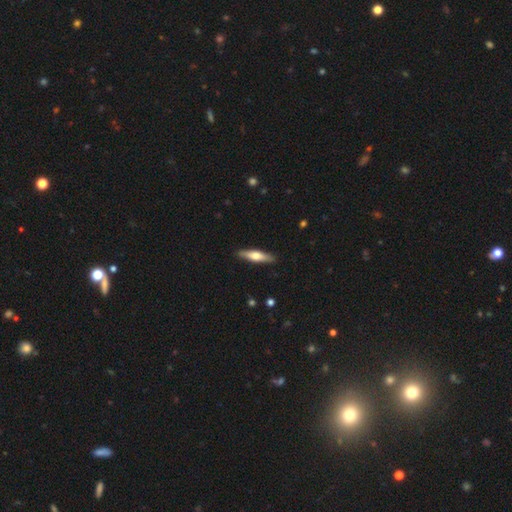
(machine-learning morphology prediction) Smooth or featured?
  - smooth: 48% *
  - featured or disk: 47%
  - star or artifact: 5%
Merging?
  - none: 90% *
  - minor disturbance: 8%
  - major disturbance: 2%
  - merger: 1%